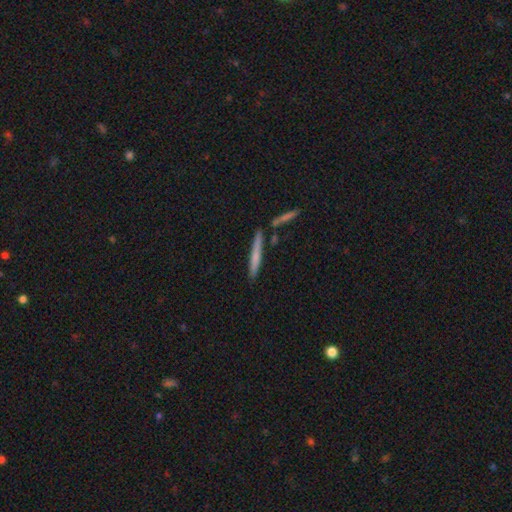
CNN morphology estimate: Smooth or featured: smooth — 61% (featured or disk — 32%)
How rounded: cigar-shaped — 95% (in between — 3%)
Merging: none — 81% (minor disturbance — 9%)